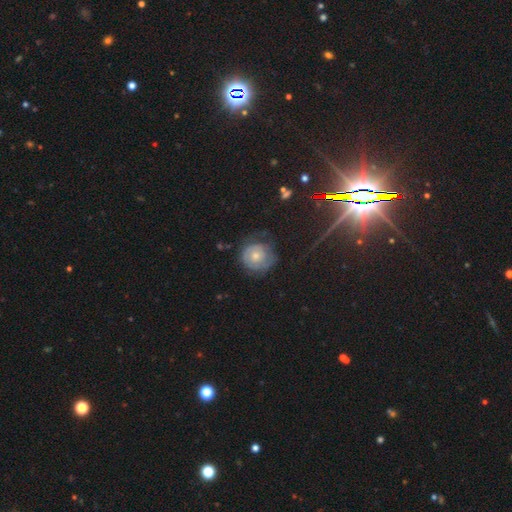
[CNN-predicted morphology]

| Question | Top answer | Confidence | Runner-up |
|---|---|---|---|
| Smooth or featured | featured or disk | 49% | smooth (42%) |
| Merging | none | 59% | minor disturbance (26%) |